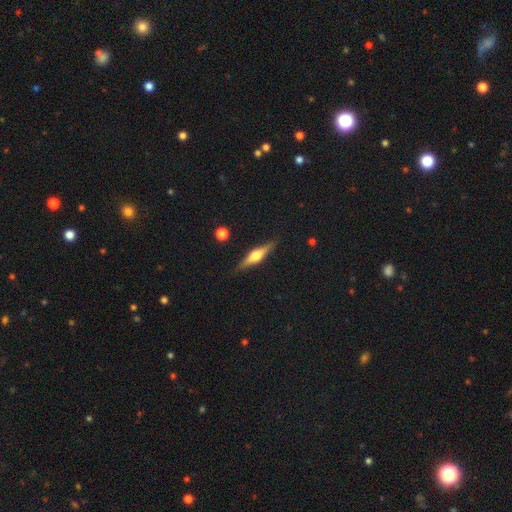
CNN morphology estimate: Smooth or featured: featured or disk — 69% (smooth — 25%)
Edge-on disk: yes — 97% (no — 3%)
Edge-on bulge: rounded — 93% (boxy — 5%)
Merging: none — 88% (minor disturbance — 8%)